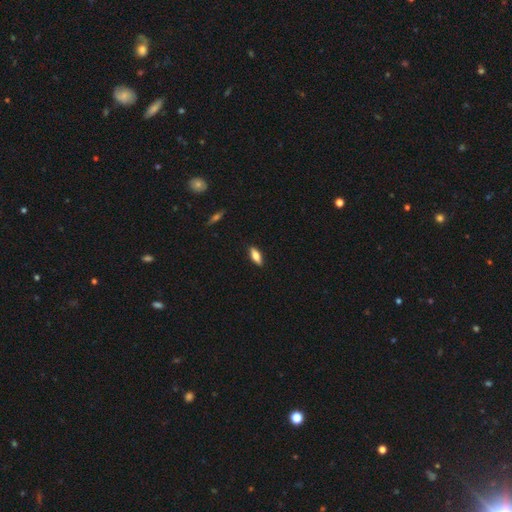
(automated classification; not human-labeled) smooth_or_featured: smooth (p=0.74) [alt: featured or disk p=0.19]
how_rounded: in between (p=0.70) [alt: cigar-shaped p=0.27]
merging: none (p=0.88) [alt: minor disturbance p=0.09]